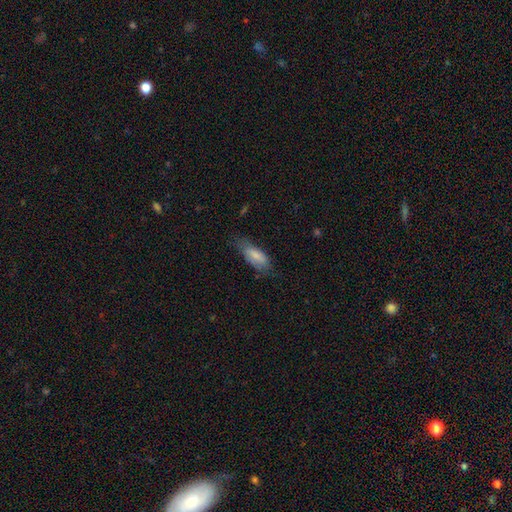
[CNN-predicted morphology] Smooth or featured? Predicted: smooth (p=0.73). How rounded? Predicted: in between (p=0.76). Merging? Predicted: none (p=0.58).